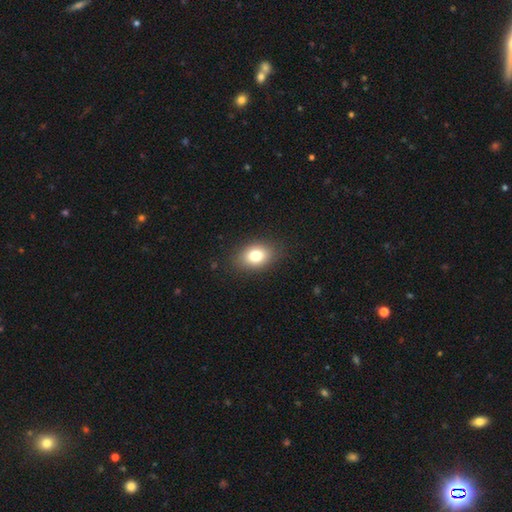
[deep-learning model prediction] smooth 79%, featured or disk 11%, star or artifact 10%. Down the decision tree: how rounded — in between (75%); merging — none (86%).